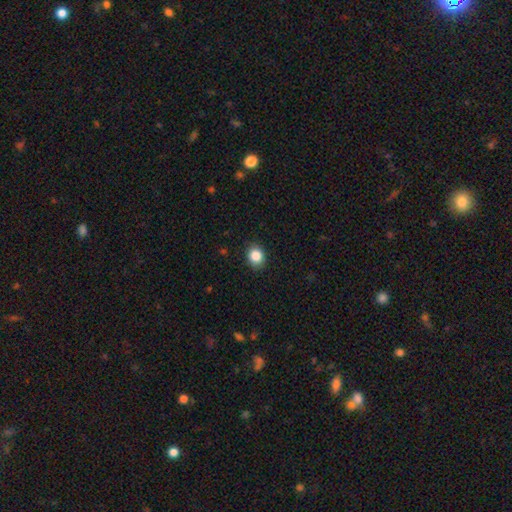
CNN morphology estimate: This appears to be a smooth galaxy with no disk features (86%) that is round (68%). Merging: none (89%).